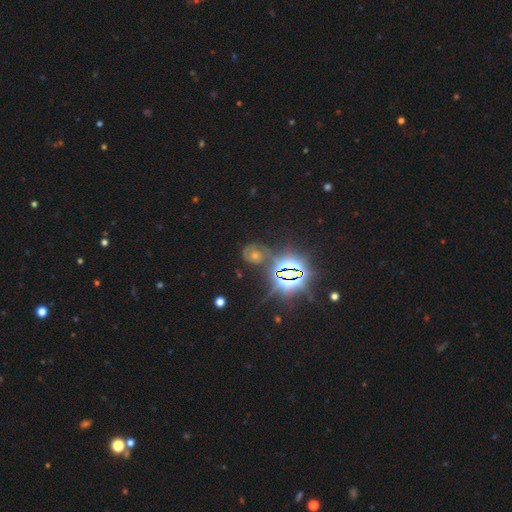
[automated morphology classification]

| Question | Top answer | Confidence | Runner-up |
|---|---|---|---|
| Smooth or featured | star or artifact | 67% | featured or disk (19%) |